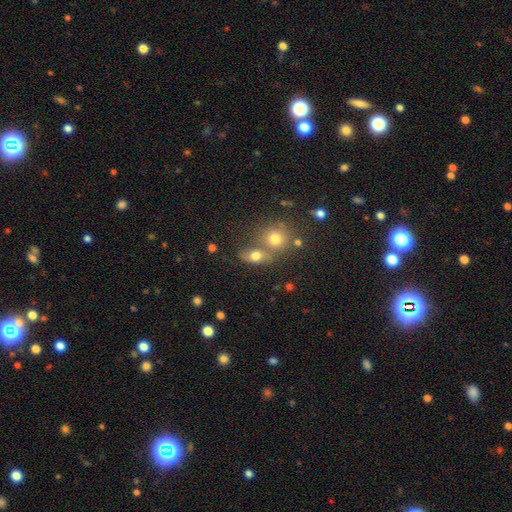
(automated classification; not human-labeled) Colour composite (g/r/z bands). It shows a smooth galaxy with no disk features (73%) that is in between round and cigar-shaped (62%). Merging: none (46%).